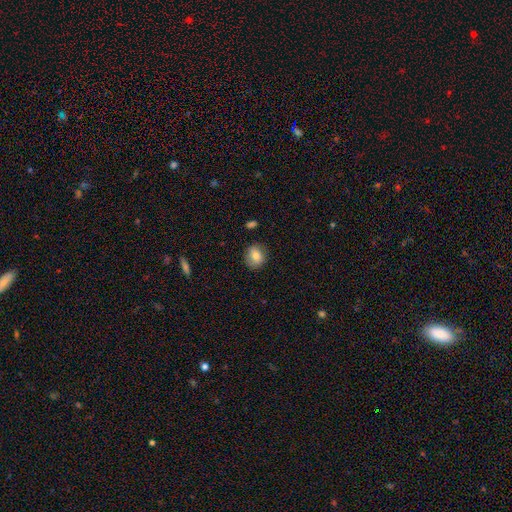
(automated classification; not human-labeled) Smooth or featured: smooth — 78% (featured or disk — 13%)
How rounded: round — 69% (in between — 30%)
Merging: none — 85% (minor disturbance — 11%)